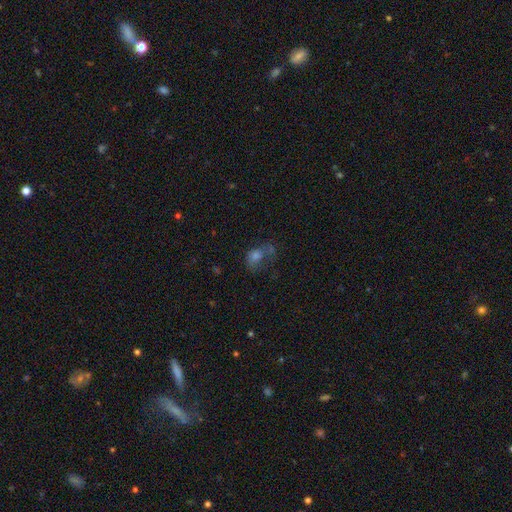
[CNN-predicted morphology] This is possibly a smooth galaxy (57%). How rounded: likely in between (61%). Merging: marginally none (32%).